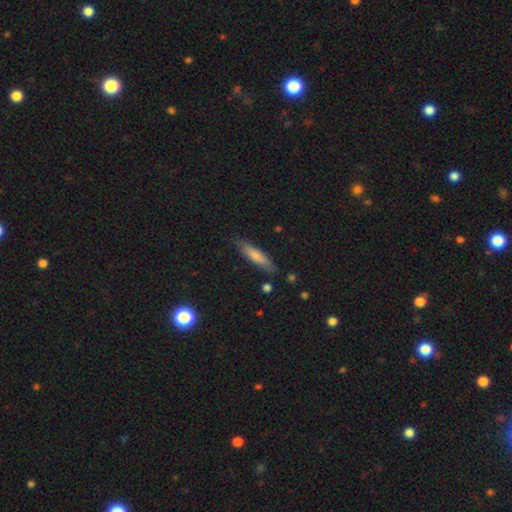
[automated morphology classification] Q: Smooth or featured?
A: smooth (72%); runner-up: featured or disk (22%)
Q: How rounded?
A: cigar-shaped (82%); runner-up: in between (17%)
Q: Merging?
A: none (82%); runner-up: minor disturbance (14%)